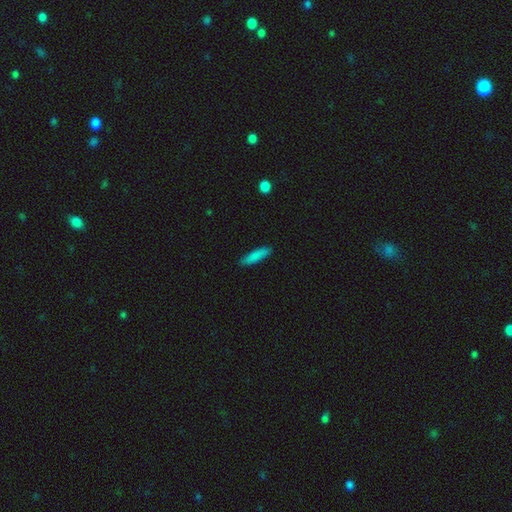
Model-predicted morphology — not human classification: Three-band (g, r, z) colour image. It shows a smooth galaxy with no disk features (84%) that is cigar-shaped (77%). Merging: none (87%).